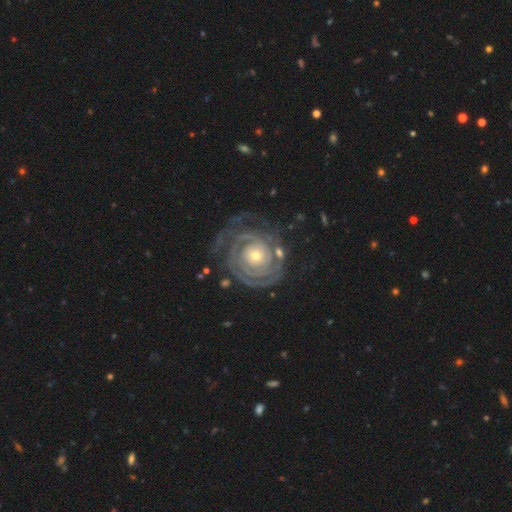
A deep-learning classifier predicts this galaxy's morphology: Q: Smooth or featured?
A: featured or disk (89%); runner-up: smooth (6%)
Q: Edge-on disk?
A: no (97%); runner-up: yes (3%)
Q: Bar?
A: no (80%); runner-up: weak (14%)
Q: Spiral arms?
A: yes (96%); runner-up: no (4%)
Q: Spiral winding?
A: tight (85%); runner-up: medium (12%)
Q: Spiral arm count?
A: can't tell (28%); runner-up: 2 (25%)
Q: Bulge size?
A: small (52%); runner-up: moderate (42%)
Q: Merging?
A: none (66%); runner-up: minor disturbance (18%)